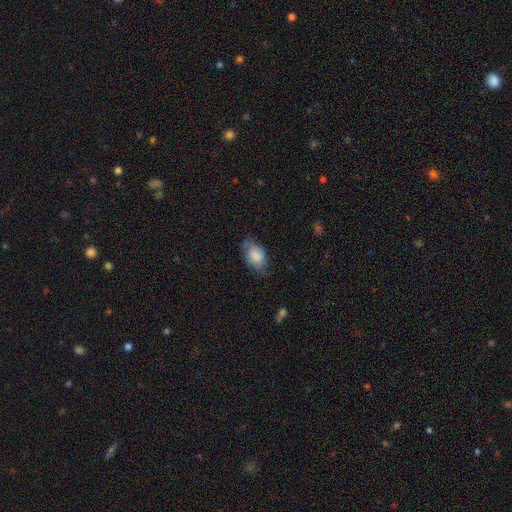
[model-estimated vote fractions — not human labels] smooth_or_featured: smooth (p=0.78) [alt: featured or disk p=0.15]
how_rounded: in between (p=0.89) [alt: round p=0.09]
merging: none (p=0.59) [alt: minor disturbance p=0.30]